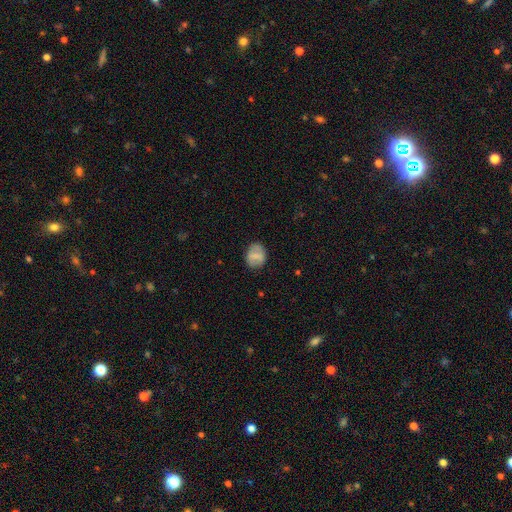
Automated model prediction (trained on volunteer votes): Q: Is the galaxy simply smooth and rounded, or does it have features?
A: smooth — 65%.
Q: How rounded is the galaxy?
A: round — 51%.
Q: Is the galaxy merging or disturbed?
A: none — 81%.